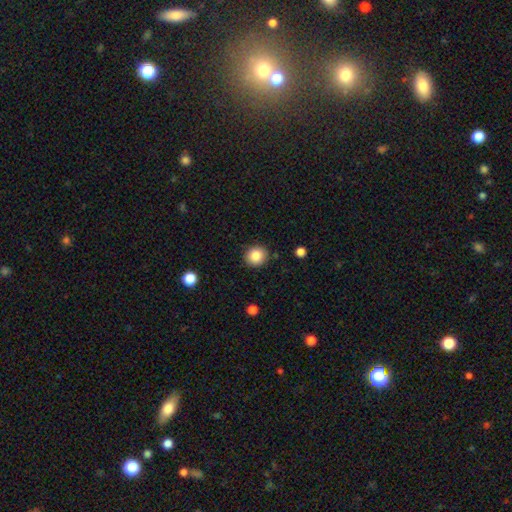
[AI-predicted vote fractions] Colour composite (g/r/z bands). It shows a smooth galaxy with no disk features (84%) that is round (87%). Merging: none (89%).